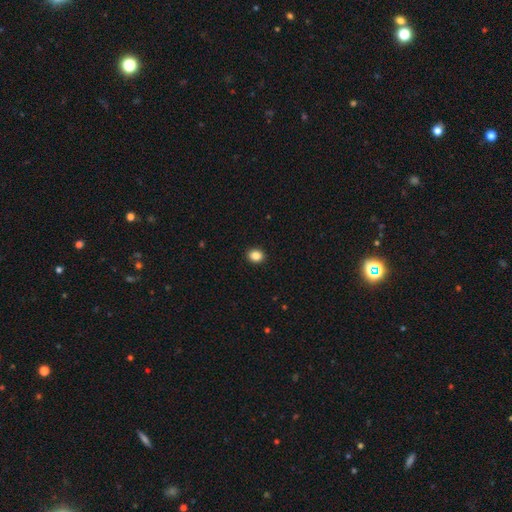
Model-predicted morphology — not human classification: A smooth galaxy with no disk features (86%) that is round (64%).

Vote fractions:
- Smooth or featured? smooth: 86% / star or artifact: 10% / featured or disk: 4%
- How rounded? round: 64% / in between: 35% / cigar-shaped: 1%
- Merging? none: 92% / minor disturbance: 5% / major disturbance: 2% / merger: 1%